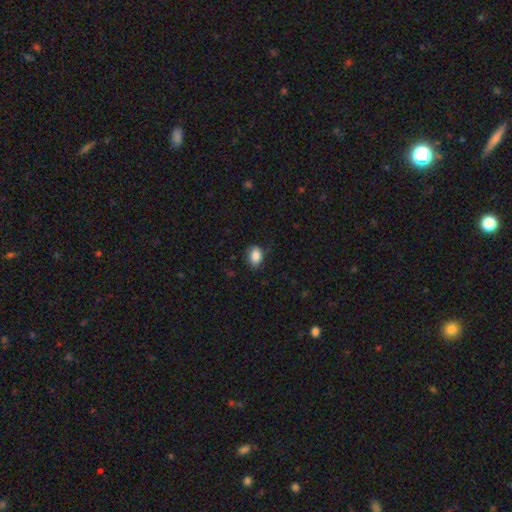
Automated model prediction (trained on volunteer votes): Smooth or featured?
  - smooth: 87% *
  - star or artifact: 8%
  - featured or disk: 5%
How rounded?
  - in between: 77% *
  - round: 22%
  - cigar-shaped: 1%
Merging?
  - none: 77% *
  - minor disturbance: 18%
  - major disturbance: 4%
  - merger: 1%